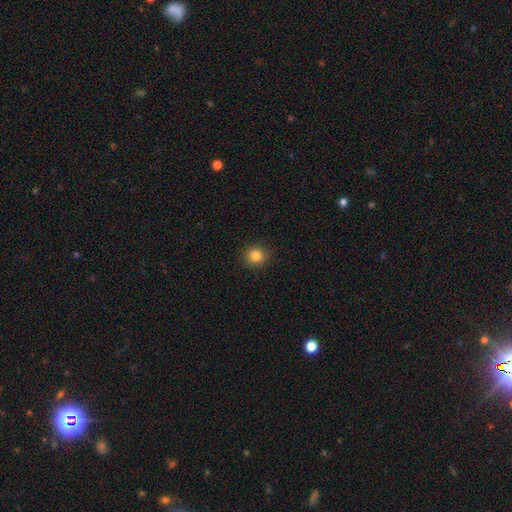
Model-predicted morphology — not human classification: This is clearly a smooth galaxy (84%). How rounded: clearly round (91%). Merging: clearly none (91%).